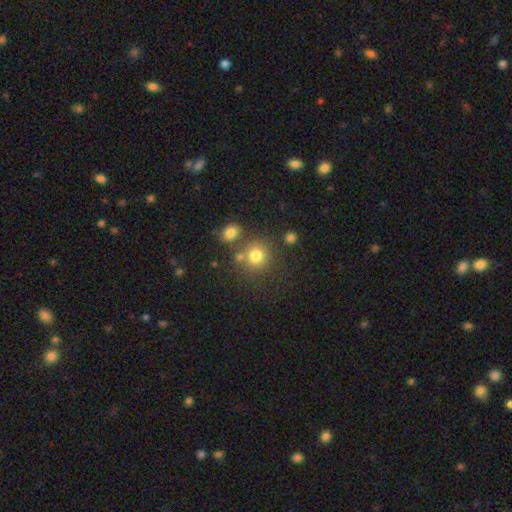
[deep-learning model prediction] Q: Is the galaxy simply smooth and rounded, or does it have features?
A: smooth — 77%.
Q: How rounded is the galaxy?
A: round — 86%.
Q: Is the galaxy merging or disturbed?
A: none — 68%.